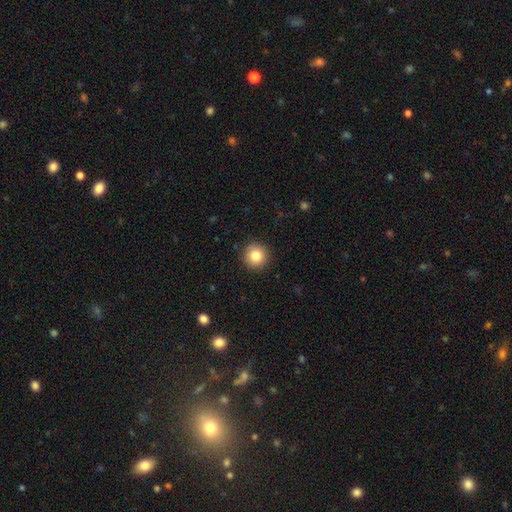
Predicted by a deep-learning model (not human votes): The model was most divided on "smooth or featured": smooth: 83%, star or artifact: 10%, featured or disk: 7%. More confident: how rounded — round (95%); merging — none (92%).